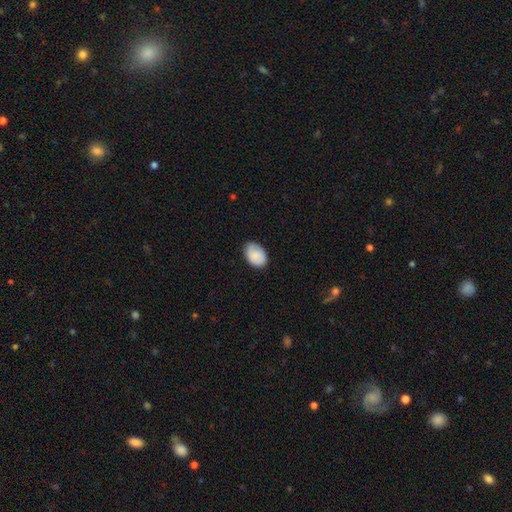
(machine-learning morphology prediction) smooth-or-featured: smooth: 87% | featured or disk: 7% | star or artifact: 6%
  how-rounded: in between: 83% | round: 16% | cigar-shaped: 1%
  merging: none: 77% | minor disturbance: 19% | major disturbance: 3% | merger: 1%